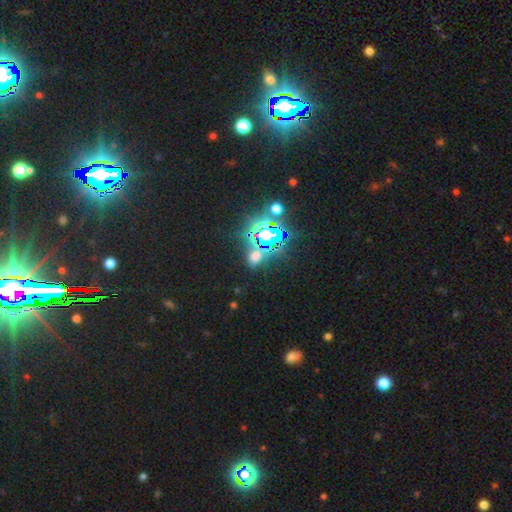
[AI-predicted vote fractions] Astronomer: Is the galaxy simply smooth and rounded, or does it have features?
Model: star or artifact — 53% (runner-up: smooth, 38%).